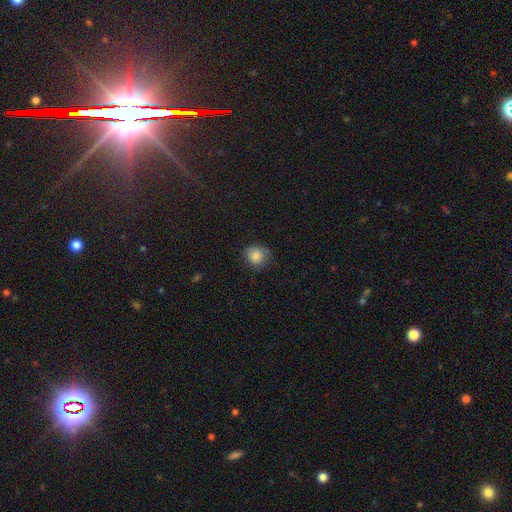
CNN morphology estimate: Smooth or featured? smooth (85%)
How rounded? round (80%)
Merging? none (73%)